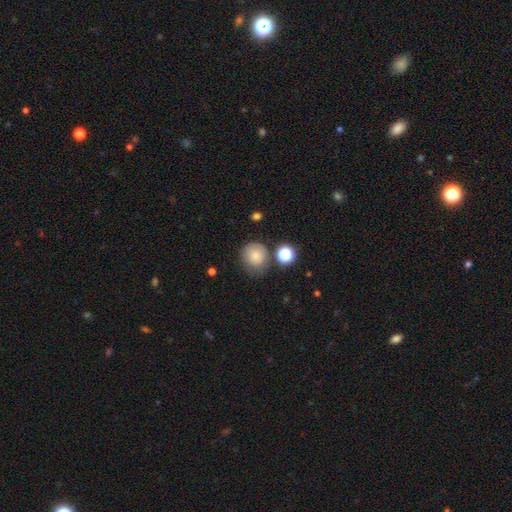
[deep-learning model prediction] Smooth or featured? Predicted: smooth (p=0.78). How rounded? Predicted: round (p=0.82). Merging? Predicted: none (p=0.64).